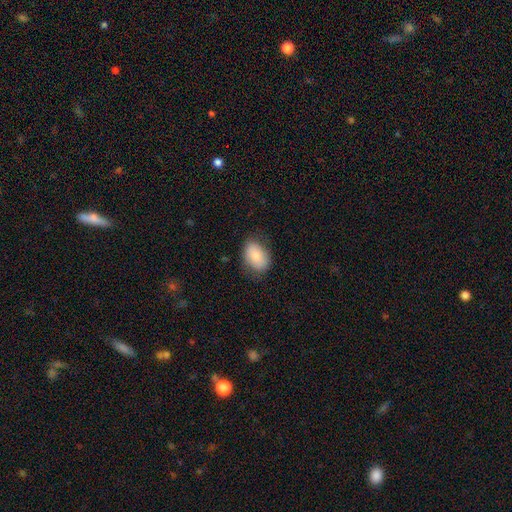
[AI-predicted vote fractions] Smooth or featured? smooth (81%)
How rounded? in between (84%)
Merging? none (74%)